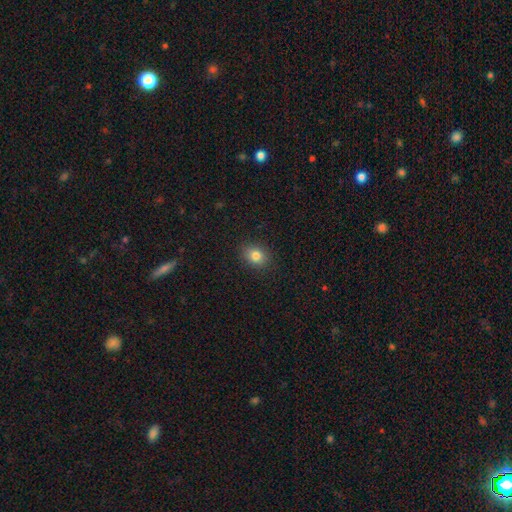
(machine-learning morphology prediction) type=smooth (81%); roundness=round (55%); merging=none (89%).